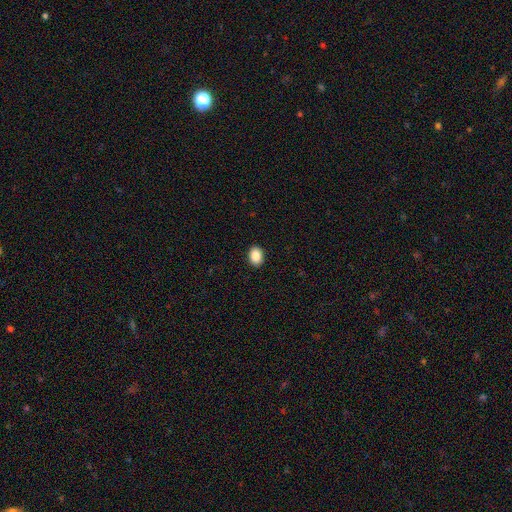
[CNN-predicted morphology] smooth_or_featured: smooth (p=0.89) [alt: star or artifact p=0.08]
how_rounded: in between (p=0.71) [alt: round p=0.28]
merging: none (p=0.91) [alt: minor disturbance p=0.06]